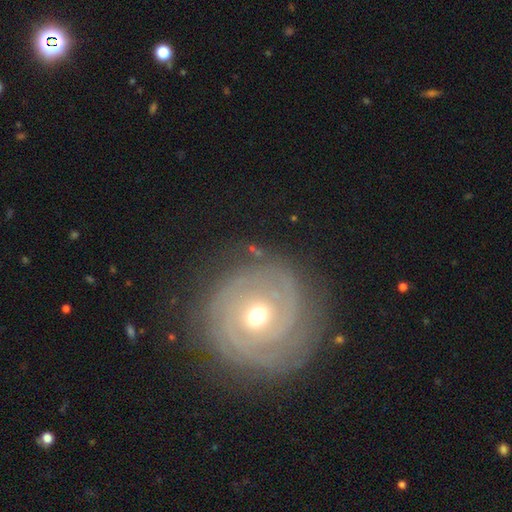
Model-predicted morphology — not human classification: smooth-or-featured: featured or disk: 79% | smooth: 13% | star or artifact: 9%
  disk-edge-on: no: 97% | yes: 3%
    bar: no: 66% | weak: 25% | strong: 9%
    has-spiral-arms: yes: 91% | no: 9%
      spiral-winding: tight: 82% | medium: 14% | loose: 4%
      spiral-arm-count: 2: 31% | can't tell: 28% | 3: 18% | 4: 9% | more than 4: 7% | 1: 7%
    bulge-size: moderate: 66% | small: 28% | large: 4% | dominant: 1% | none: 1%
  merging: none: 83% | minor disturbance: 10% | major disturbance: 5% | merger: 2%